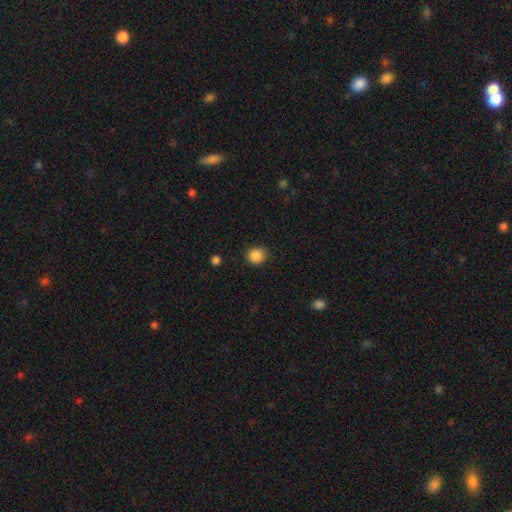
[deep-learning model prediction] Smooth or featured?
  - smooth: 87% *
  - star or artifact: 10%
  - featured or disk: 3%
How rounded?
  - round: 85% *
  - in between: 14%
  - cigar-shaped: 1%
Merging?
  - none: 85% *
  - minor disturbance: 11%
  - major disturbance: 3%
  - merger: 1%